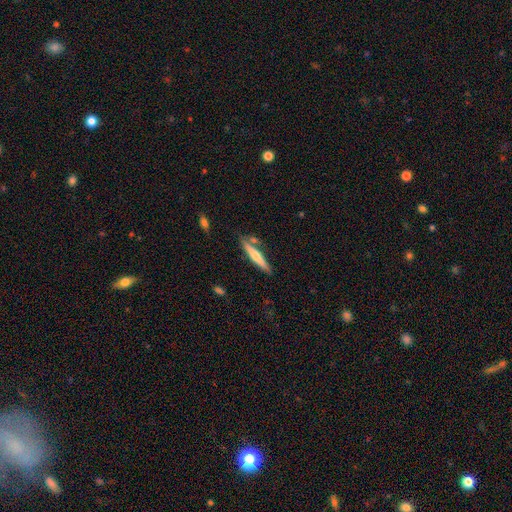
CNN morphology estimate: Smooth or featured?
  - smooth: 48% *
  - featured or disk: 46%
  - star or artifact: 6%
Merging?
  - none: 77% *
  - minor disturbance: 12%
  - merger: 8%
  - major disturbance: 3%